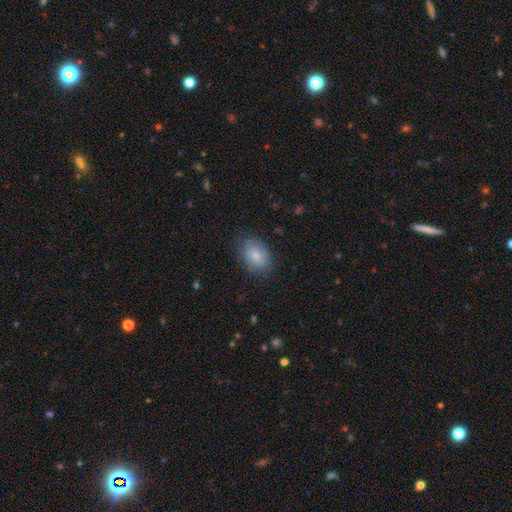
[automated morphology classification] This is likely a smooth galaxy (78%). How rounded: likely in between (78%). Merging: likely none (78%).